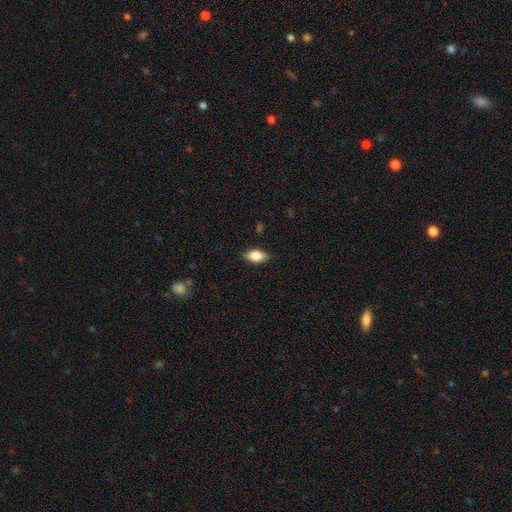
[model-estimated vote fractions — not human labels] Smooth or featured?
  - smooth: 78% *
  - featured or disk: 15%
  - star or artifact: 7%
How rounded?
  - in between: 88% *
  - round: 6%
  - cigar-shaped: 6%
Merging?
  - none: 84% *
  - minor disturbance: 12%
  - major disturbance: 2%
  - merger: 1%